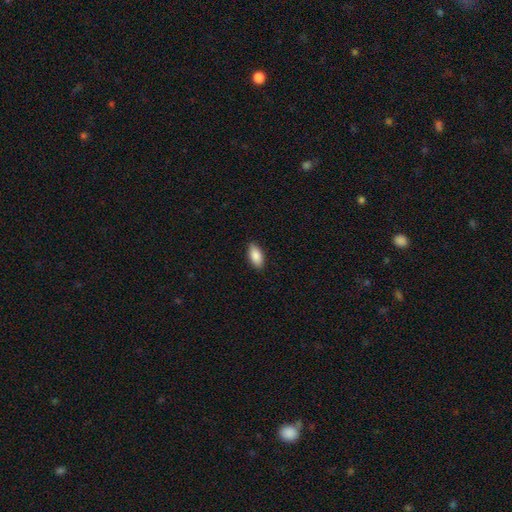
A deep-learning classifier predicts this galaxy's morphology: smooth 88%, star or artifact 6%, featured or disk 6%. Down the decision tree: how rounded — in between (91%); merging — none (89%).